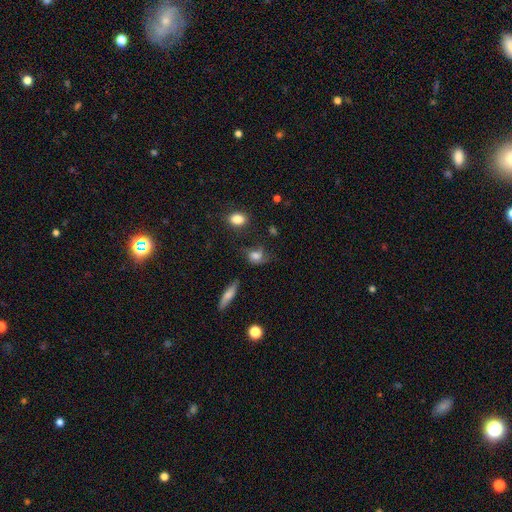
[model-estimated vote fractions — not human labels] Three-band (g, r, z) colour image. It shows a smooth galaxy with no disk features (60%) that is in between round and cigar-shaped (58%). Merging: none (48%).